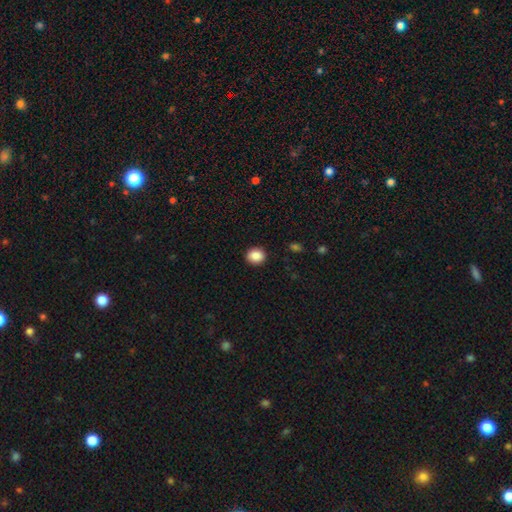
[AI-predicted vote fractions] The model was most divided on "how rounded": round: 72%, in between: 28%, cigar-shaped: 1%. More confident: merging — none (91%); smooth or featured — smooth (88%).